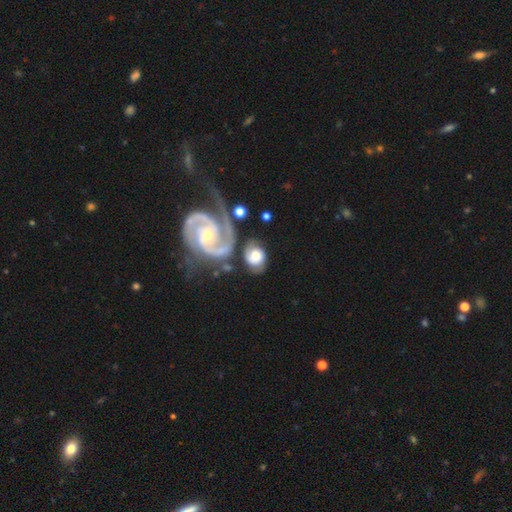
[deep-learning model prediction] Smooth or featured?
  - featured or disk: 52% *
  - smooth: 41%
  - star or artifact: 6%
Edge-on disk?
  - no: 96% *
  - yes: 4%
Bar?
  - no: 57% *
  - weak: 33%
  - strong: 11%
Spiral arms?
  - yes: 88% *
  - no: 12%
Bulge size?
  - moderate: 51% *
  - small: 24%
  - large: 19%
  - dominant: 3%
  - none: 3%
Merging?
  - none: 55% *
  - minor disturbance: 18%
  - merger: 17%
  - major disturbance: 10%